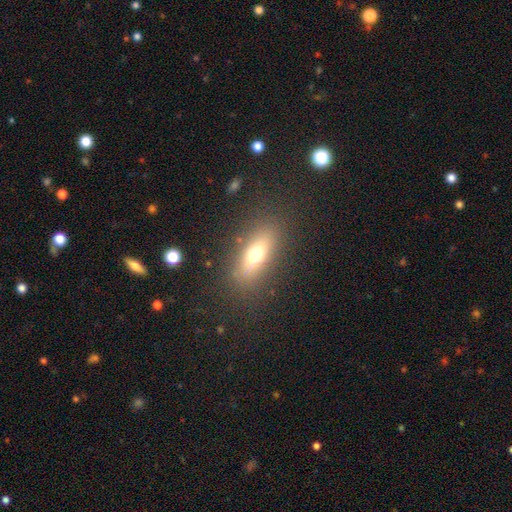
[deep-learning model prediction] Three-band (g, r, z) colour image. It shows a smooth galaxy with no disk features (63%) that is in between round and cigar-shaped (63%). Merging: none (83%).